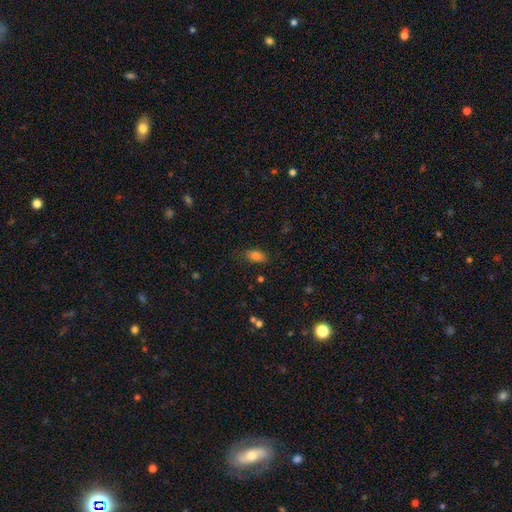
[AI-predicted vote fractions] Q: Smooth or featured?
A: smooth (81%); runner-up: star or artifact (12%)
Q: How rounded?
A: in between (88%); runner-up: round (7%)
Q: Merging?
A: none (76%); runner-up: minor disturbance (18%)